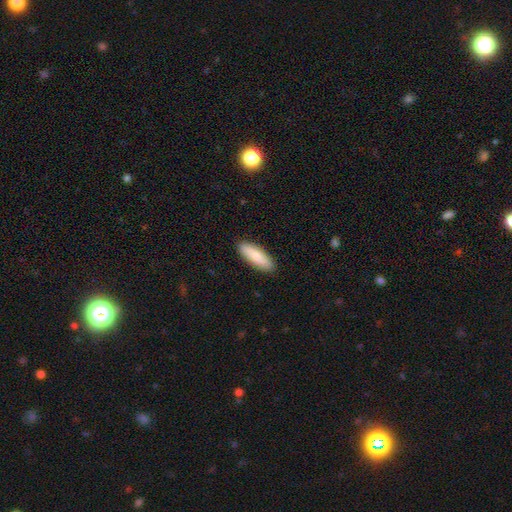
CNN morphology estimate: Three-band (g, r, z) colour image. It shows a smooth galaxy with no disk features (80%) that is in between round and cigar-shaped (53%). Merging: none (89%).